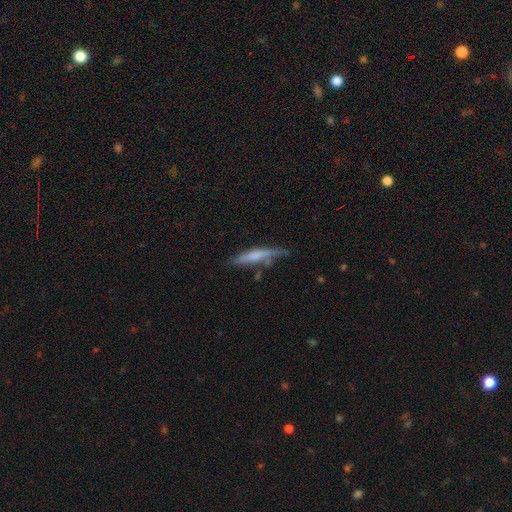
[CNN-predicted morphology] Smooth or featured? smooth (56%)
How rounded? cigar-shaped (88%)
Merging? none (55%)